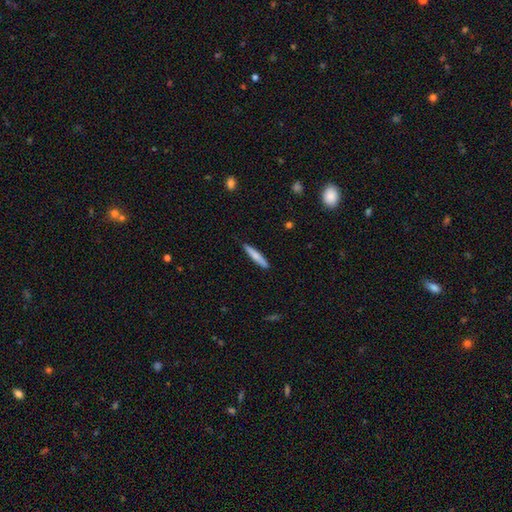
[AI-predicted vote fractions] Smooth or featured: smooth — 70% (featured or disk — 25%)
How rounded: cigar-shaped — 92% (in between — 7%)
Merging: none — 89% (minor disturbance — 8%)